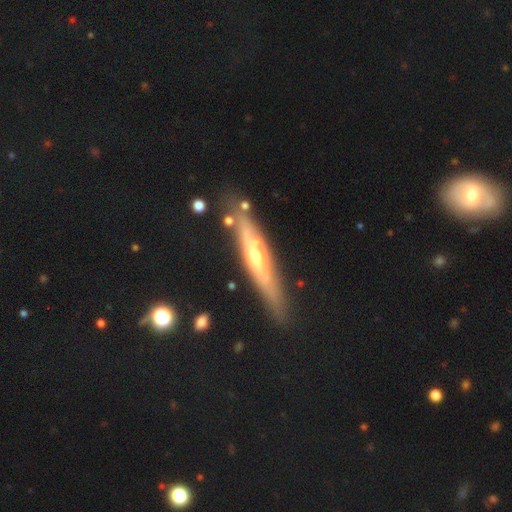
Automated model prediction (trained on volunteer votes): This is likely a featured or disk galaxy (72%). It is clearly viewed edge-on (80%). Edge-on bulge: likely rounded (74%). Merging: likely none (77%).